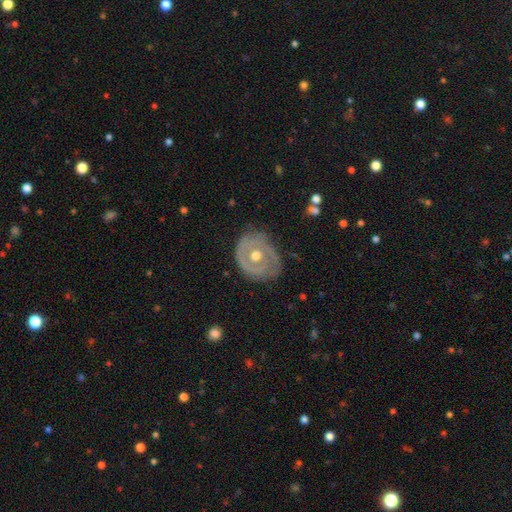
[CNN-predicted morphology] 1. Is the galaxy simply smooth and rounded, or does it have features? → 71% featured or disk, 23% smooth, 6% star or artifact.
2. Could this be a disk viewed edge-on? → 96% no, 4% yes.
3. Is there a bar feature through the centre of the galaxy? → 82% no, 14% weak, 4% strong.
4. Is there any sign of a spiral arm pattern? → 54% yes, 46% no.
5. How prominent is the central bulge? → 80% moderate, 13% small, 5% large, 1% none, 1% dominant.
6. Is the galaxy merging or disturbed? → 70% none, 22% minor disturbance, 7% major disturbance, 2% merger.